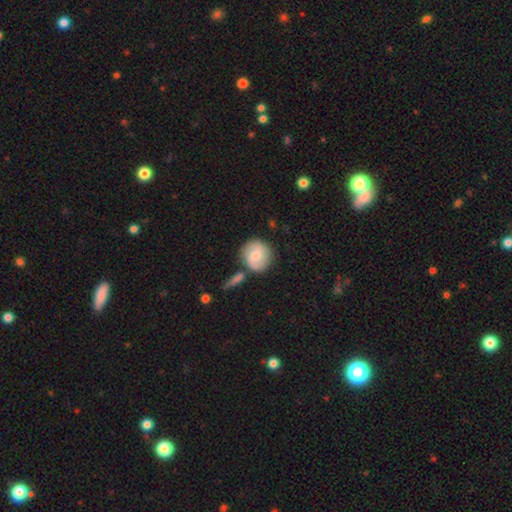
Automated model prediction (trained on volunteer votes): smooth-or-featured: smooth: 60% | featured or disk: 34% | star or artifact: 7%
  how-rounded: round: 87% | in between: 12% | cigar-shaped: 1%
  merging: none: 66% | merger: 15% | minor disturbance: 14% | major disturbance: 4%